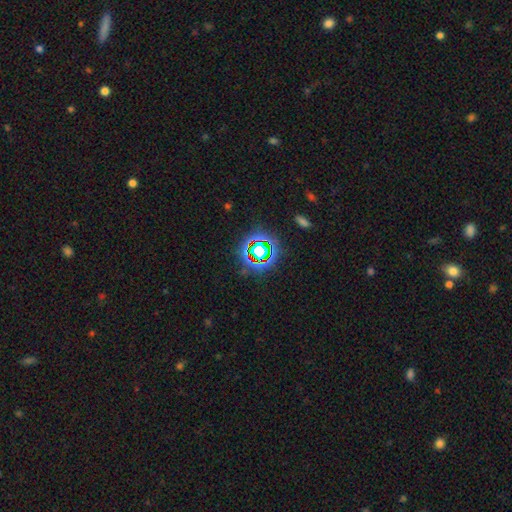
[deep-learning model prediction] A star or artifact, not a galaxy (73%).